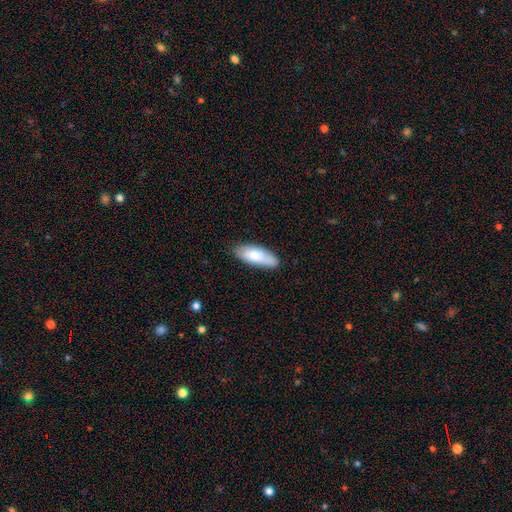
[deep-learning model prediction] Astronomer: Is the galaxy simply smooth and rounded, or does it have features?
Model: smooth — 78%.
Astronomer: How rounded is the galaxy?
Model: in between — 71%.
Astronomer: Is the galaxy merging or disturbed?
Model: none — 75%.